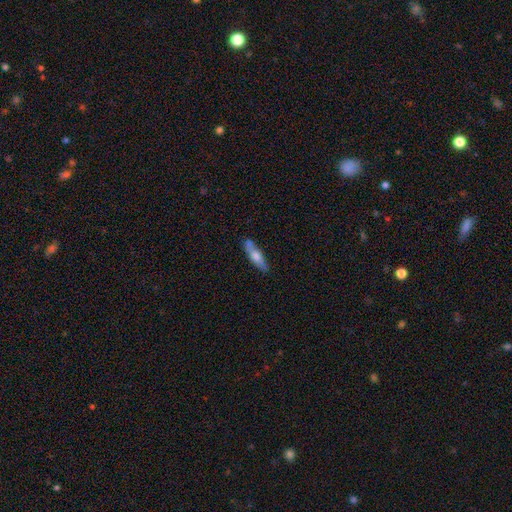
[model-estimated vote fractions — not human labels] The model was most divided on "smooth or featured": smooth: 54%, featured or disk: 40%, star or artifact: 6%. More confident: merging — none (75%); how rounded — cigar-shaped (70%).